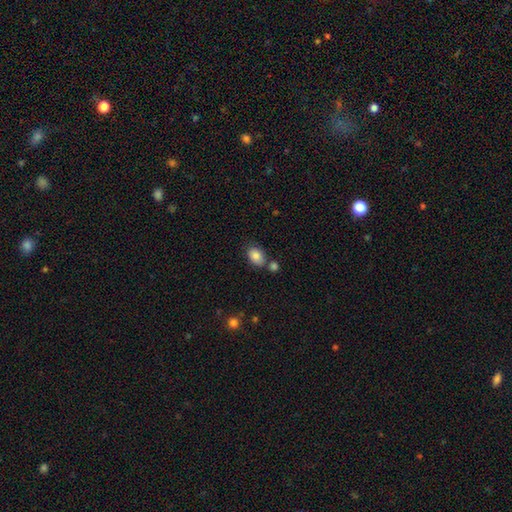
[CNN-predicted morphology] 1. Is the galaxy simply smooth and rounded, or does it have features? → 85% smooth, 8% star or artifact, 7% featured or disk.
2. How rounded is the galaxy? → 85% in between, 14% round, 1% cigar-shaped.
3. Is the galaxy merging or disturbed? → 63% none, 18% merger, 15% minor disturbance, 4% major disturbance.